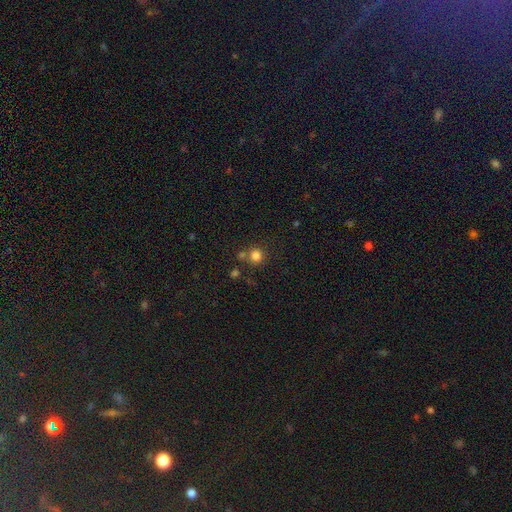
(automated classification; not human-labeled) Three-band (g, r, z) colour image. It shows a smooth galaxy with no disk features (81%) that is round (92%). Merging: none (72%).